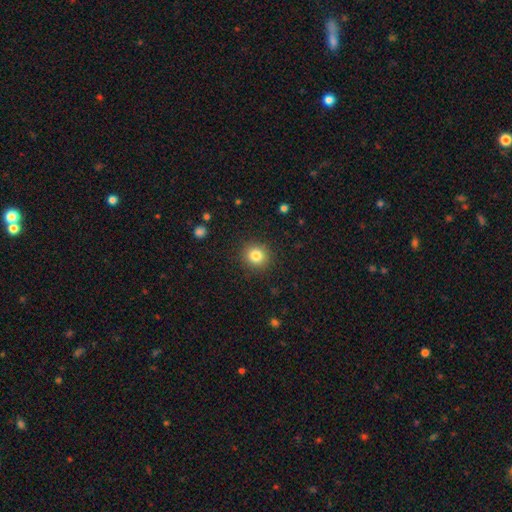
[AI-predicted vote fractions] Overall: smooth (83%). How rounded: round (91%). Merging: none (90%).